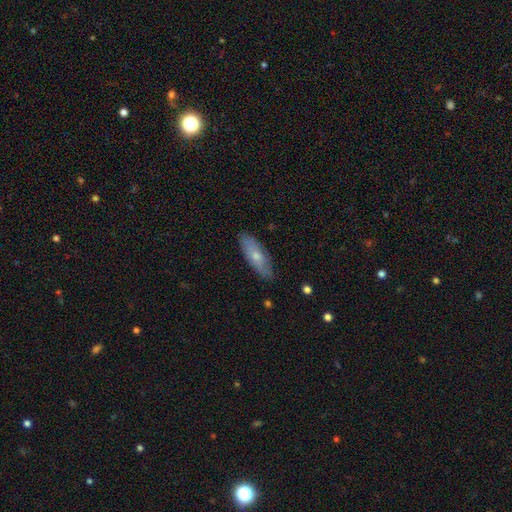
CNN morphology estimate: Smooth or featured? smooth (62%)
How rounded? in between (62%)
Merging? none (83%)